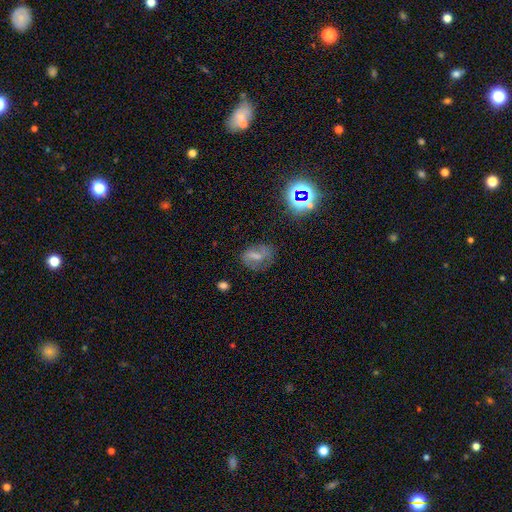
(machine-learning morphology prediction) featured or disk 43%, smooth 38%, star or artifact 19%. Down the decision tree: merging — none (55%).